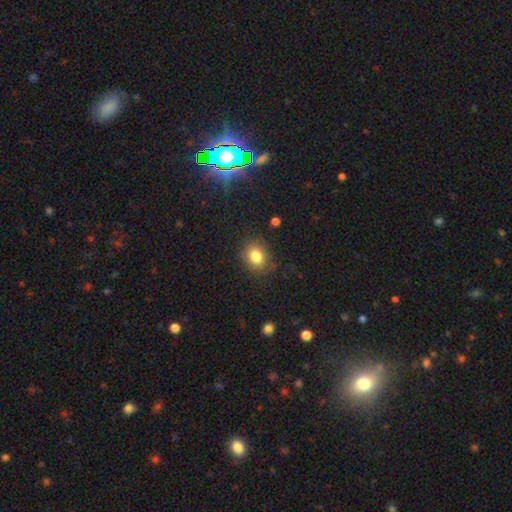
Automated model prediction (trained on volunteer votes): A smooth galaxy with no disk features (82%) that is round (60%). Merging: none (84%).